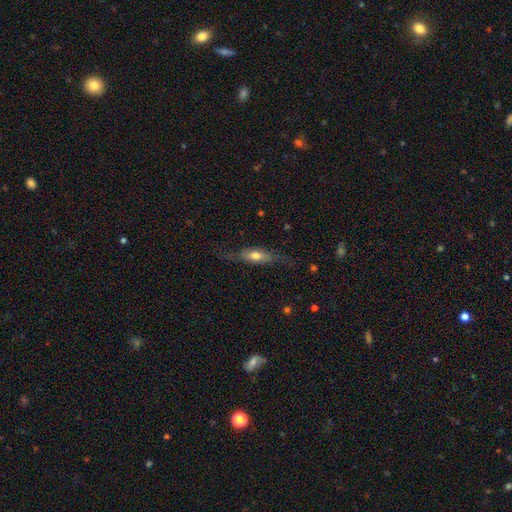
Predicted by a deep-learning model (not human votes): Smooth or featured? Predicted: smooth (p=0.47). Merging? Predicted: none (p=0.63).